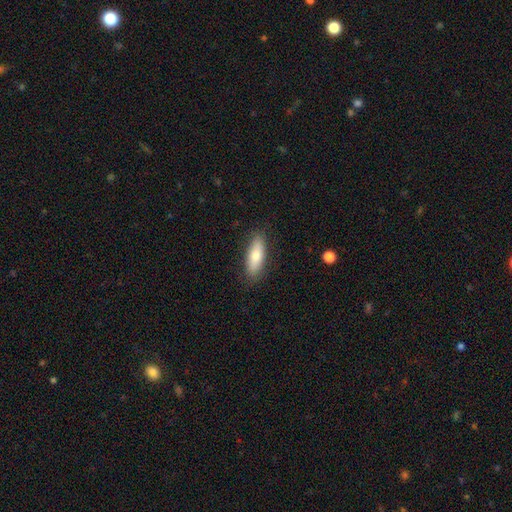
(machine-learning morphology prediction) This appears to be a smooth galaxy with no disk features (74%) that is in between round and cigar-shaped (61%). Merging: none (85%).